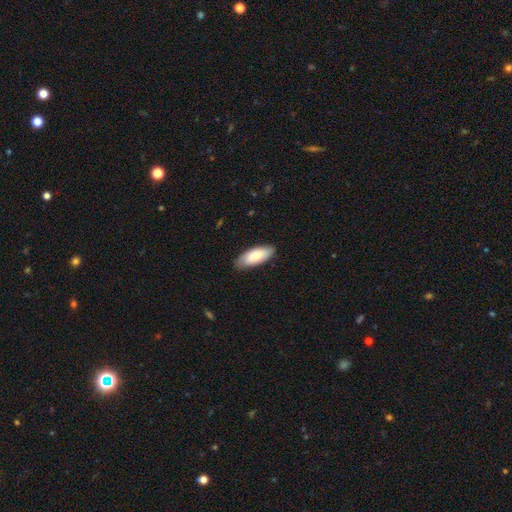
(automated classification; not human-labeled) This is clearly a smooth galaxy (81%). How rounded: clearly in between (81%). Merging: clearly none (85%).